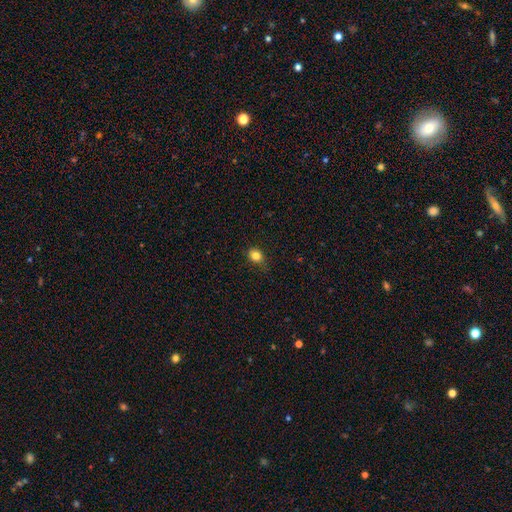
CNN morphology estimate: smooth 83%, star or artifact 11%, featured or disk 6%. Down the decision tree: how rounded — round (50%); merging — none (80%).